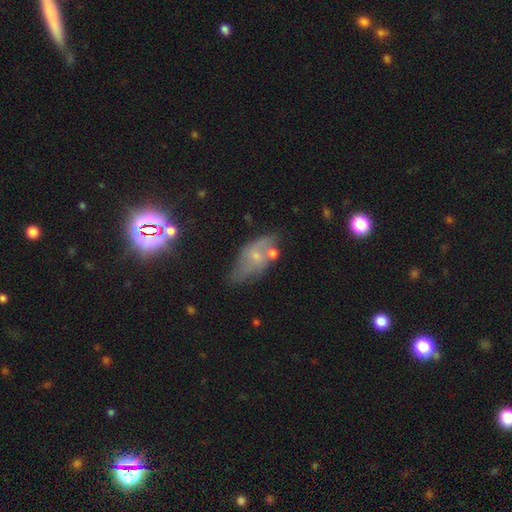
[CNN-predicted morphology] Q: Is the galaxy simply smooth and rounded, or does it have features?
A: featured or disk — 51%.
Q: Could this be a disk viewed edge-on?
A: no — 88%.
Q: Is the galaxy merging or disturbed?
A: none — 48%.